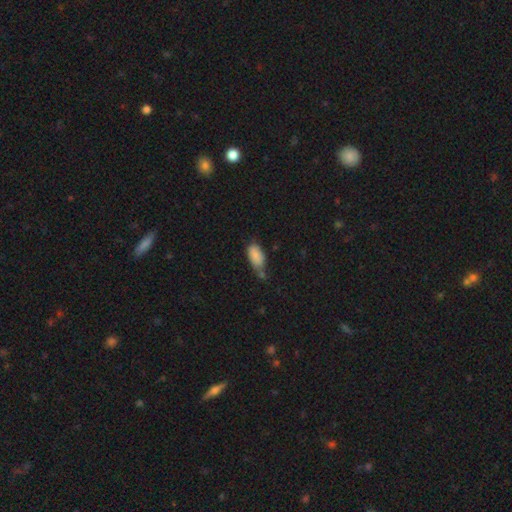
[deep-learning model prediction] The model was most divided on "merging": none: 42%, minor disturbance: 35%, merger: 14%, major disturbance: 9%. More confident: how rounded — in between (91%); smooth or featured — smooth (86%).